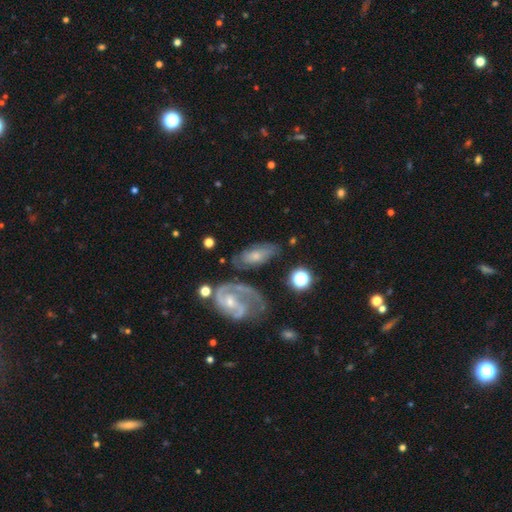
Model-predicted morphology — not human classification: smooth-or-featured: featured or disk: 54% | smooth: 38% | star or artifact: 9%
  disk-edge-on: no: 87% | yes: 13%
  merging: none: 57% | minor disturbance: 21% | major disturbance: 11% | merger: 10%